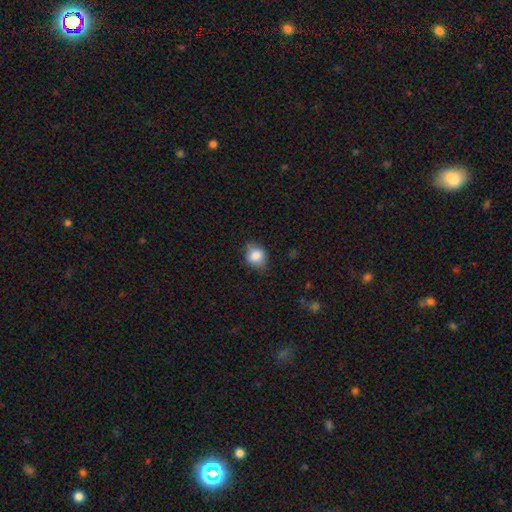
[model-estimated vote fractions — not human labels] Smooth or featured?
  - smooth: 84% *
  - star or artifact: 9%
  - featured or disk: 7%
How rounded?
  - round: 66% *
  - in between: 33%
  - cigar-shaped: 1%
Merging?
  - none: 71% *
  - minor disturbance: 23%
  - major disturbance: 5%
  - merger: 1%